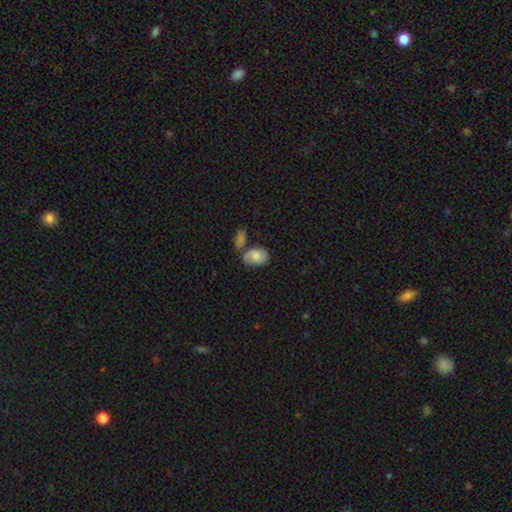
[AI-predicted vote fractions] Morphology: type=smooth (67%); roundness=in between (78%); merging=none (40%).